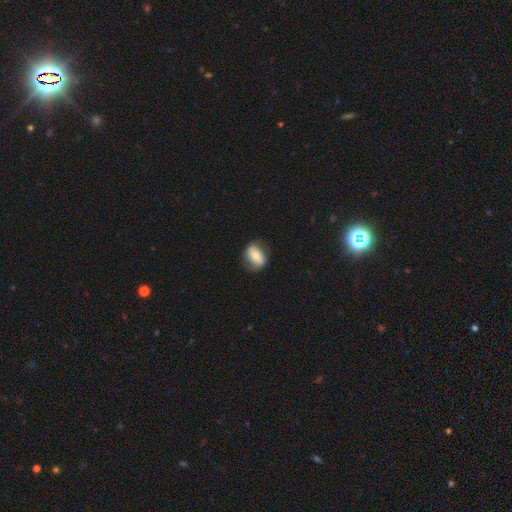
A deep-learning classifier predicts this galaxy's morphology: Smooth or featured: smooth — 59% (featured or disk — 34%)
How rounded: in between — 76% (round — 22%)
Merging: none — 78% (minor disturbance — 16%)